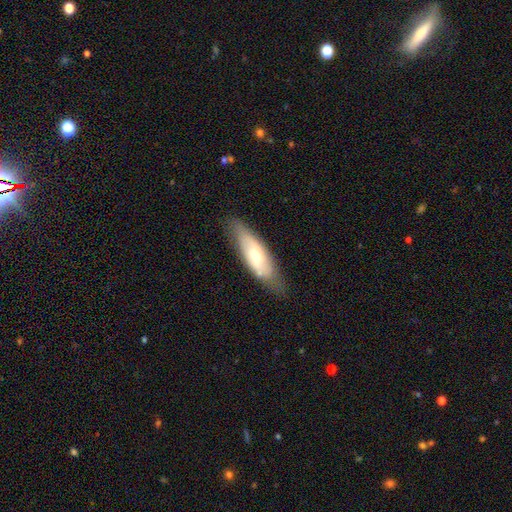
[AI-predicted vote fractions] Smooth or featured?
  - smooth: 50% *
  - featured or disk: 43%
  - star or artifact: 6%
How rounded?
  - in between: 55% *
  - cigar-shaped: 43%
  - round: 2%
Merging?
  - none: 70% *
  - minor disturbance: 21%
  - major disturbance: 6%
  - merger: 3%